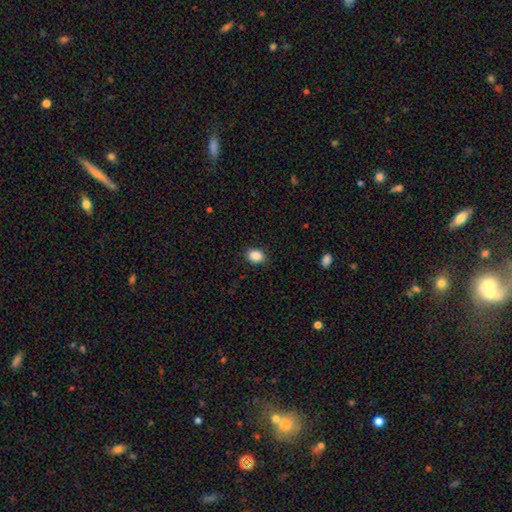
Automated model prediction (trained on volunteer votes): Smooth or featured? smooth (88%)
How rounded? in between (65%)
Merging? none (88%)